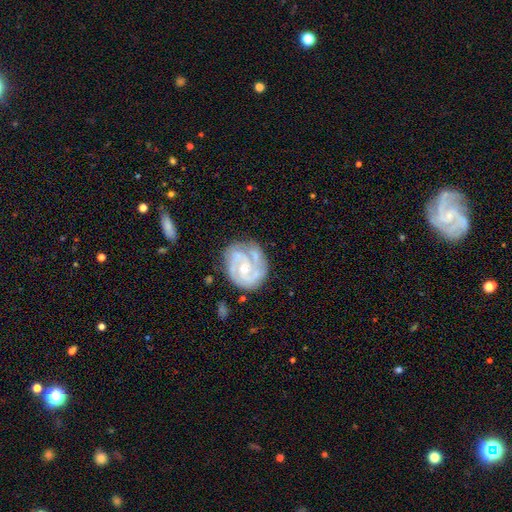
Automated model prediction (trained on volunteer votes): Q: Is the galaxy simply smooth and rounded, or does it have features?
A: featured or disk — 87%.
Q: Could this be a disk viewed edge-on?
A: no — 98%.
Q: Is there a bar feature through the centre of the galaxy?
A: no — 62%.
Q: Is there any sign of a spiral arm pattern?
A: yes — 96%.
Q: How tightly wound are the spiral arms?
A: tight — 58%.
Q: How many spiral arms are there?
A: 2 — 53%.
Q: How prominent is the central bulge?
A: moderate — 54%.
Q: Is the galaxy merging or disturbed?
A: none — 69%.